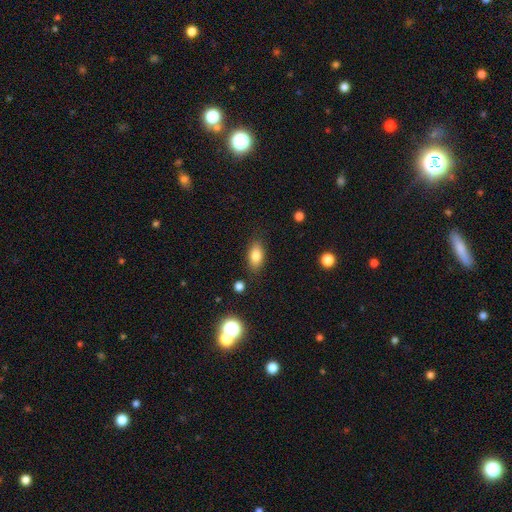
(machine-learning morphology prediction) A smooth galaxy with no disk features (82%) that is in between round and cigar-shaped (87%). Merging: none (84%).